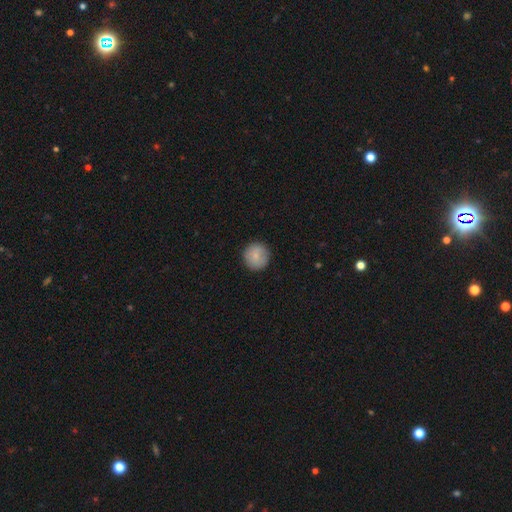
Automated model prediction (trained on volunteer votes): Q: Smooth or featured?
A: smooth (82%); runner-up: featured or disk (11%)
Q: How rounded?
A: round (94%); runner-up: in between (5%)
Q: Merging?
A: none (89%); runner-up: minor disturbance (8%)